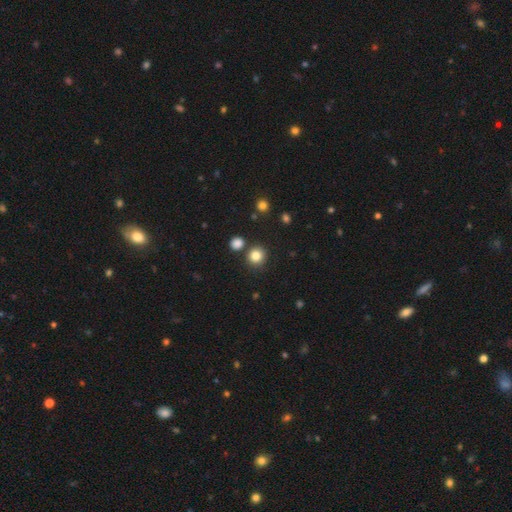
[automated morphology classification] Overall: smooth (83%). How rounded: round (90%). Merging: none (83%).